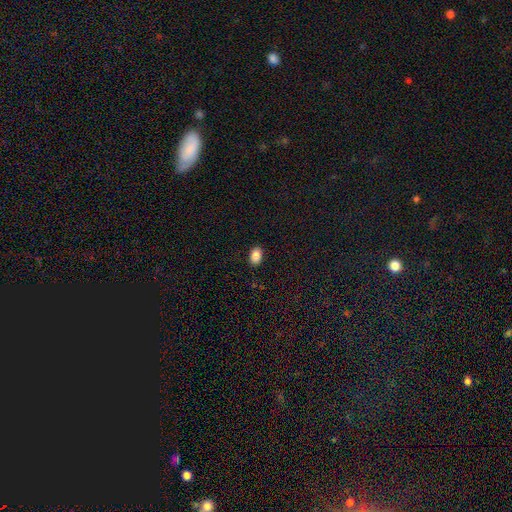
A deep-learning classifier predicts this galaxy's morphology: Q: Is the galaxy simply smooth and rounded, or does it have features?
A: smooth — 87%.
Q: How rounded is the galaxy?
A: in between — 87%.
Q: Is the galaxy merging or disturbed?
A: none — 89%.